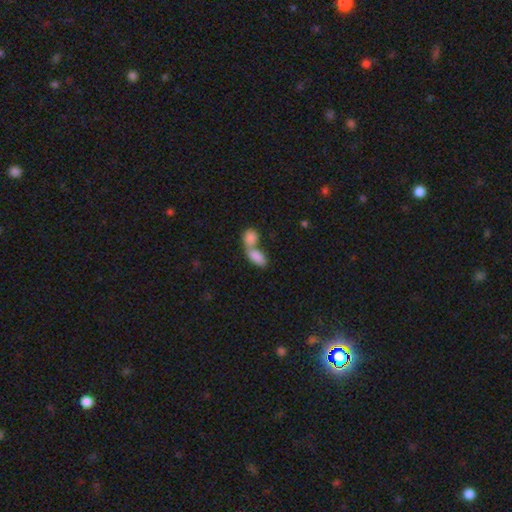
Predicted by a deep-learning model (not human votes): The model was most divided on "merging": merger: 73%, none: 18%, minor disturbance: 5%, major disturbance: 3%. More confident: how rounded — in between (86%); smooth or featured — smooth (84%).